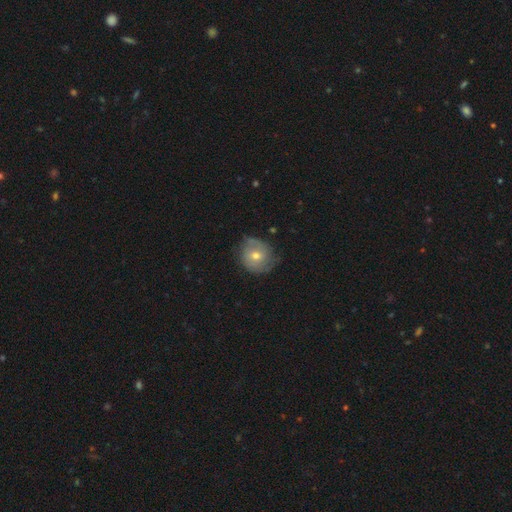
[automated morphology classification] Smooth or featured? featured or disk (47%)
Merging? none (67%)